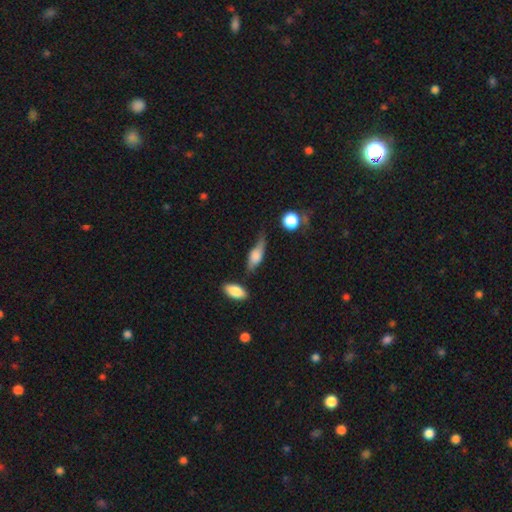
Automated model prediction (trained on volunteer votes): Smooth or featured: smooth — 61% (featured or disk — 31%)
How rounded: in between — 66% (cigar-shaped — 27%)
Merging: none — 39% (minor disturbance — 36%)